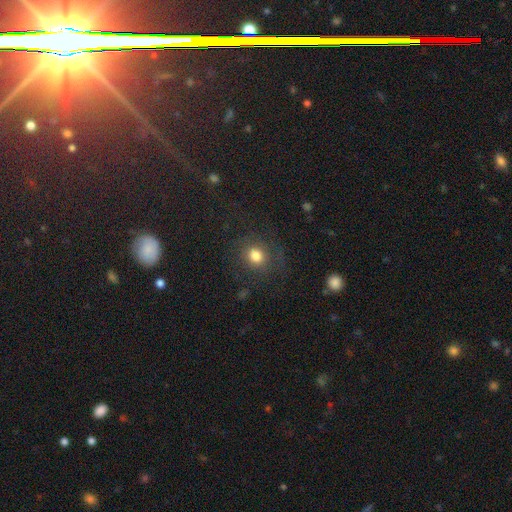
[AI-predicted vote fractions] smooth 79%, star or artifact 13%, featured or disk 8%. Down the decision tree: how rounded — round (80%); merging — none (82%).